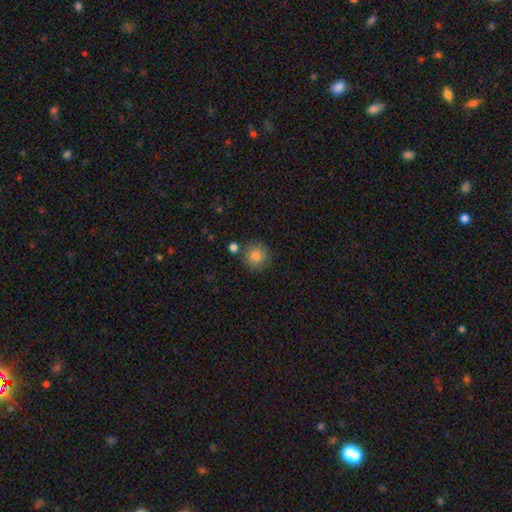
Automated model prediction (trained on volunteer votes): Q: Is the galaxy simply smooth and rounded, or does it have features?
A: smooth — 84%.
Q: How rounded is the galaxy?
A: round — 93%.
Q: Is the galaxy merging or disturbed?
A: none — 80%.